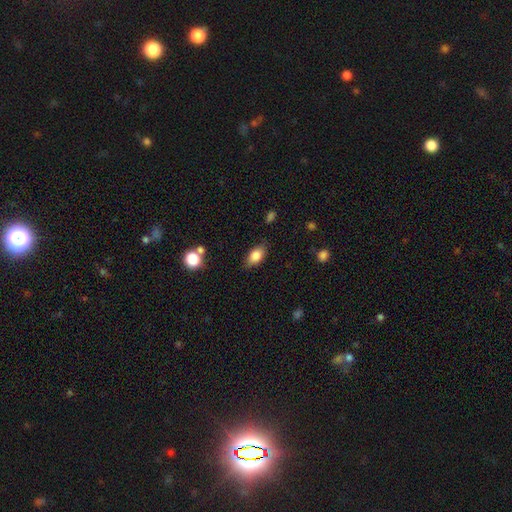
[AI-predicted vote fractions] Smooth or featured? smooth (82%)
How rounded? in between (88%)
Merging? none (82%)